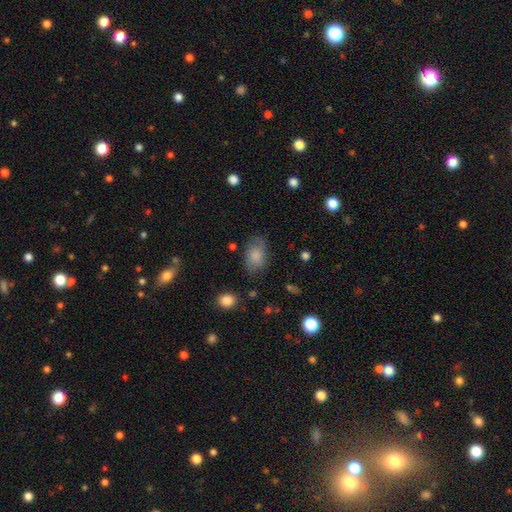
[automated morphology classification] This is clearly a smooth galaxy (80%). How rounded: clearly in between (88%). Merging: likely none (72%).